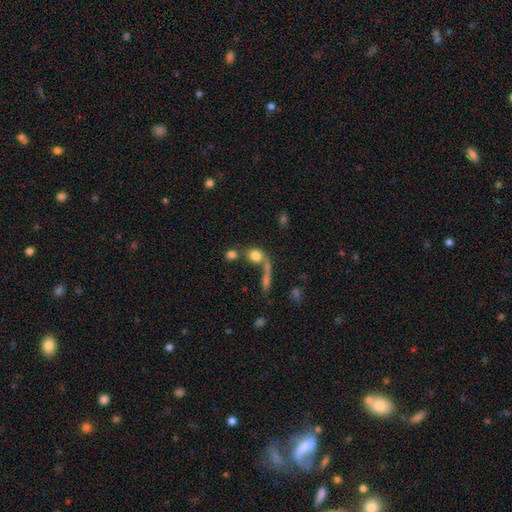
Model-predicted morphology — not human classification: Smooth or featured?
  - smooth: 78% *
  - featured or disk: 11%
  - star or artifact: 10%
How rounded?
  - round: 57% *
  - in between: 38%
  - cigar-shaped: 5%
Merging?
  - none: 45% *
  - merger: 36%
  - minor disturbance: 10%
  - major disturbance: 9%